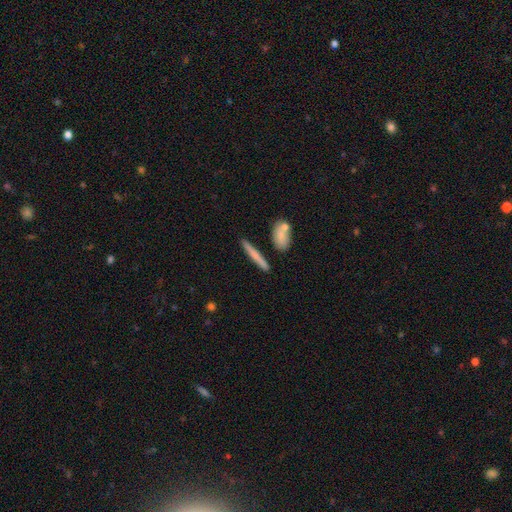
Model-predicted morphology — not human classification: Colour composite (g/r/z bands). It shows a smooth galaxy with no disk features (63%) that is cigar-shaped (92%). Merging: none (82%).